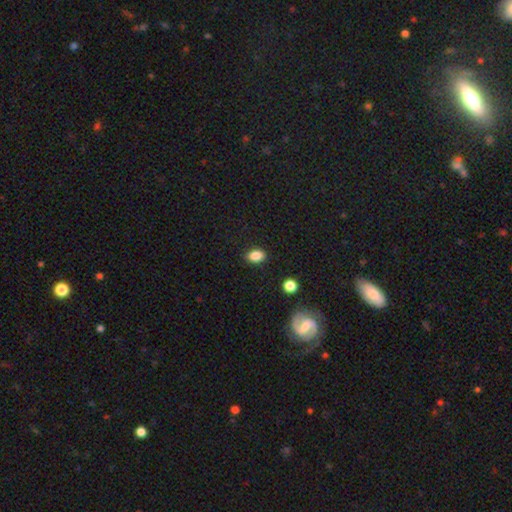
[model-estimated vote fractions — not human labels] Smooth or featured? smooth (85%)
How rounded? in between (81%)
Merging? none (87%)